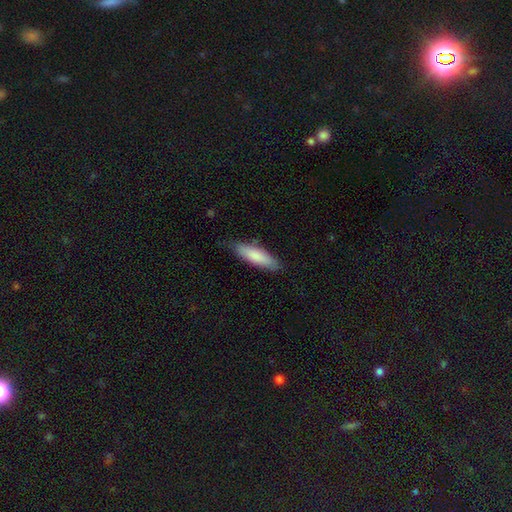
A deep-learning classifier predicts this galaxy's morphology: A smooth galaxy with no disk features (82%) that is cigar-shaped (56%). Merging: none (79%).